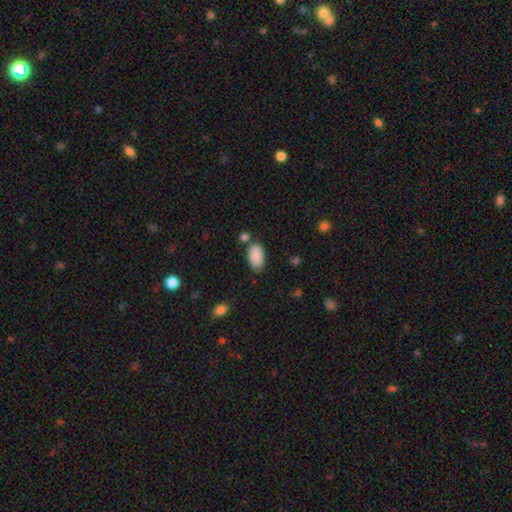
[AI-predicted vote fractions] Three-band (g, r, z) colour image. It shows a smooth galaxy with no disk features (89%) that is in between round and cigar-shaped (95%). Merging: none (73%).